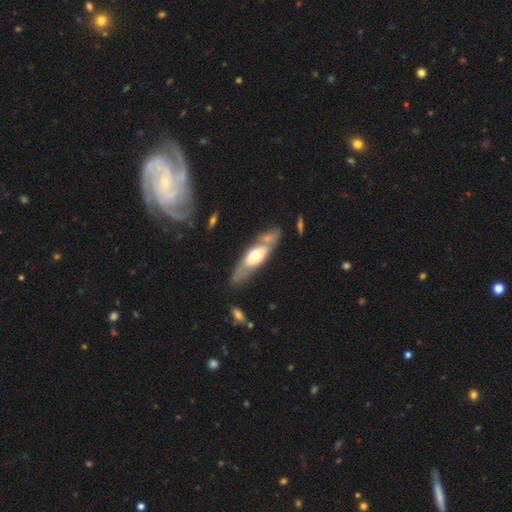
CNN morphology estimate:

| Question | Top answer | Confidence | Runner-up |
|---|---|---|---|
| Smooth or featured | featured or disk | 53% | smooth (42%) |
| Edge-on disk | no | 51% | yes (49%) |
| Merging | none | 65% | minor disturbance (18%) |